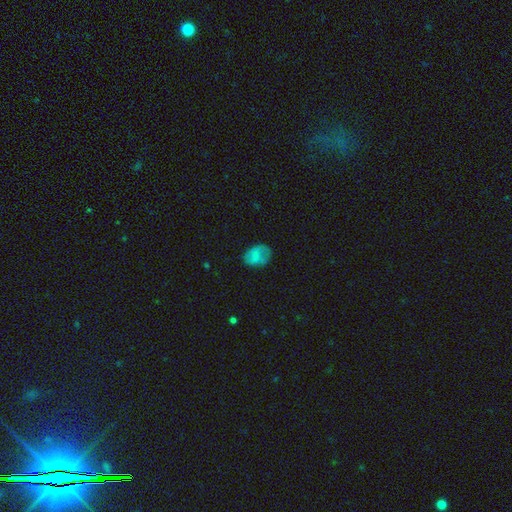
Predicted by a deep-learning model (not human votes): smooth 74%, featured or disk 16%, star or artifact 10%. Down the decision tree: how rounded — in between (73%); merging — none (63%).